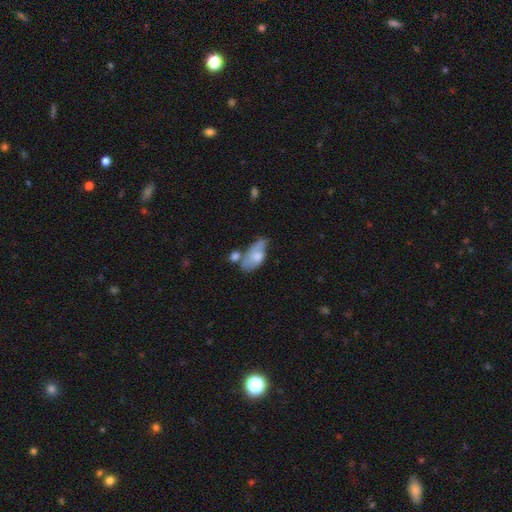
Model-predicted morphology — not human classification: smooth 65%, featured or disk 28%, star or artifact 7%. Down the decision tree: how rounded — in between (89%); merging — minor disturbance (28%, tied with none).